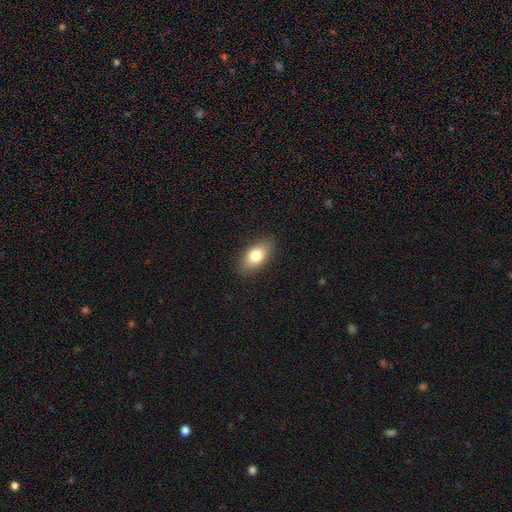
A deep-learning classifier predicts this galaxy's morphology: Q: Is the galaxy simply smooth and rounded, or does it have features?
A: smooth — 78%.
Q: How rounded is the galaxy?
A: in between — 90%.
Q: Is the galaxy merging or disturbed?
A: none — 87%.